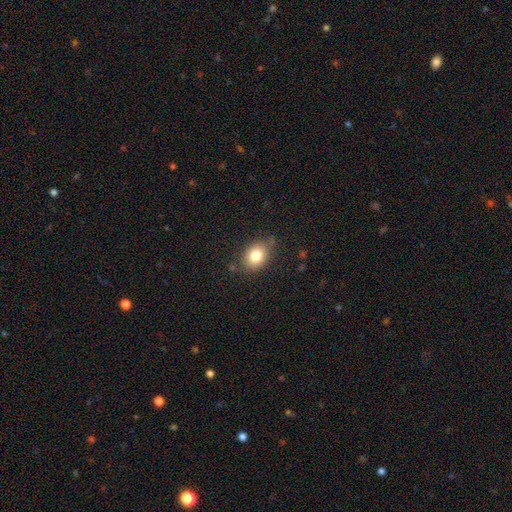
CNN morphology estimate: Q: Smooth or featured?
A: smooth (80%); runner-up: featured or disk (11%)
Q: How rounded?
A: in between (61%); runner-up: round (38%)
Q: Merging?
A: none (70%); runner-up: minor disturbance (22%)